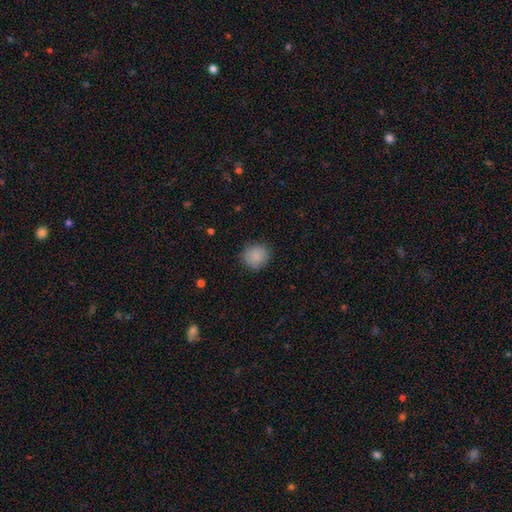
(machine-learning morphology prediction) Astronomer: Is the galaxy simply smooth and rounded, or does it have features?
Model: smooth — 87%.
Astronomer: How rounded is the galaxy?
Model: round — 87%.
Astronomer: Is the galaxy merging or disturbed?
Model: none — 86%.